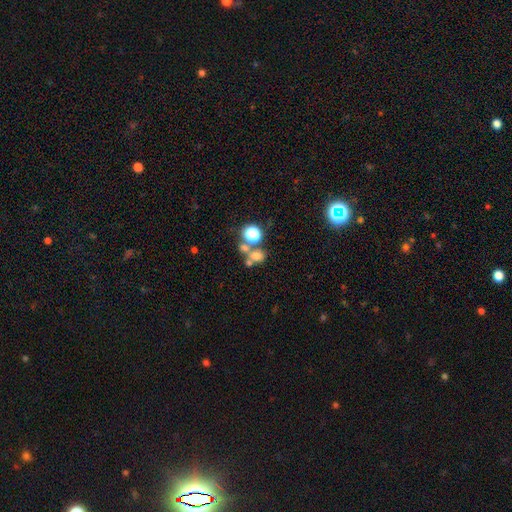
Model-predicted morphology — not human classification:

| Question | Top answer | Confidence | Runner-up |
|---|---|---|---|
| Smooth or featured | smooth | 64% | star or artifact (23%) |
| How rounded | round | 70% | in between (29%) |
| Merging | none | 47% | merger (39%) |